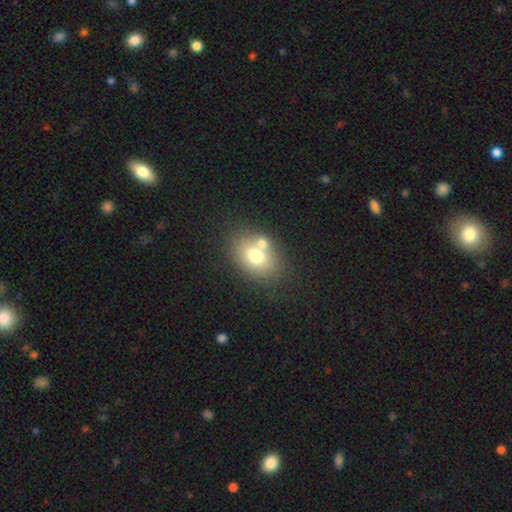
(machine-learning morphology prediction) The model was most divided on "merging": none: 55%, merger: 30%, minor disturbance: 11%, major disturbance: 4%. More confident: smooth or featured — smooth (69%); how rounded — in between (68%).